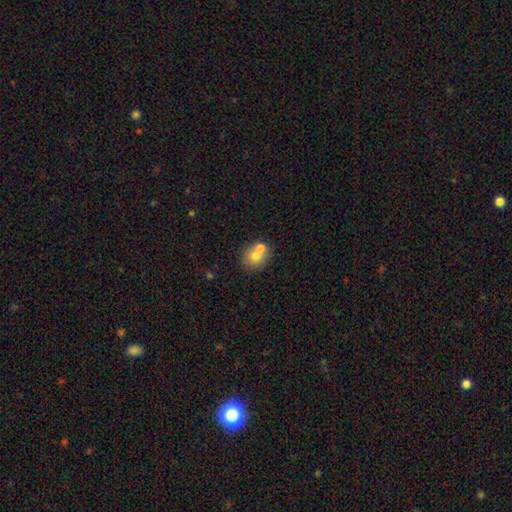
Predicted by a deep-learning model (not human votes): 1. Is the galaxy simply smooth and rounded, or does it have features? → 69% smooth, 21% featured or disk, 10% star or artifact.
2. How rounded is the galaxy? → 71% round, 28% in between, 1% cigar-shaped.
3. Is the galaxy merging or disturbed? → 45% none, 43% merger, 8% minor disturbance, 3% major disturbance.